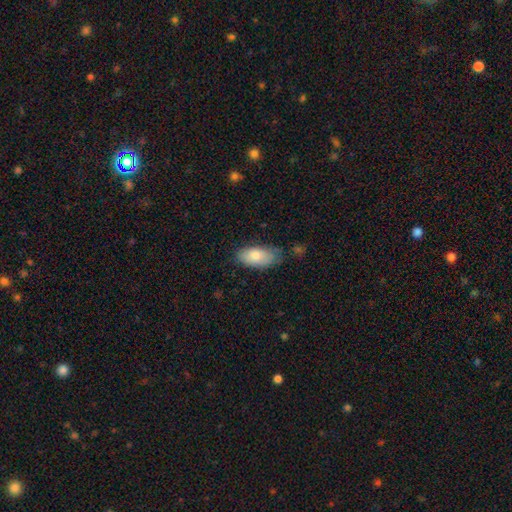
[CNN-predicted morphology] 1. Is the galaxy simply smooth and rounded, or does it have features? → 81% smooth, 13% featured or disk, 6% star or artifact.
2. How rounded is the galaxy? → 92% in between, 6% cigar-shaped, 3% round.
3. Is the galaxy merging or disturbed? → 68% none, 25% minor disturbance, 5% major disturbance, 2% merger.